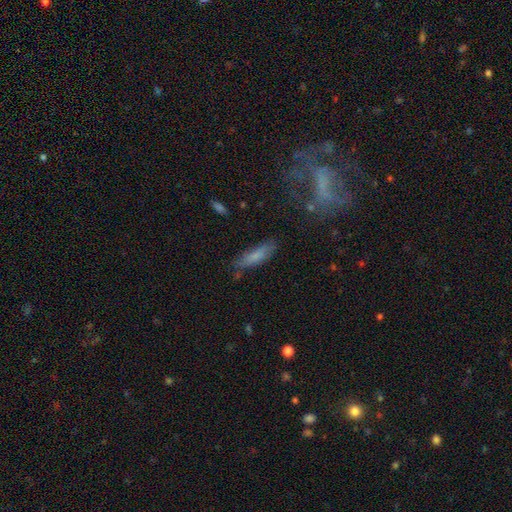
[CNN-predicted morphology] type=smooth (75%); roundness=cigar-shaped (66%); merging=none (75%).